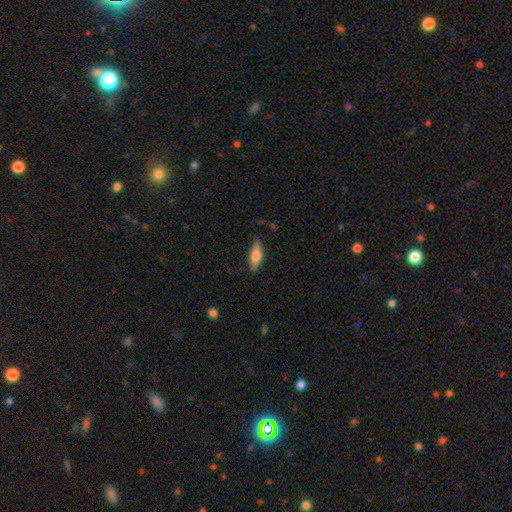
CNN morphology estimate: smooth_or_featured: smooth (p=0.74) [alt: featured or disk p=0.20]
how_rounded: in between (p=0.62) [alt: cigar-shaped p=0.36]
merging: none (p=0.80) [alt: minor disturbance p=0.15]